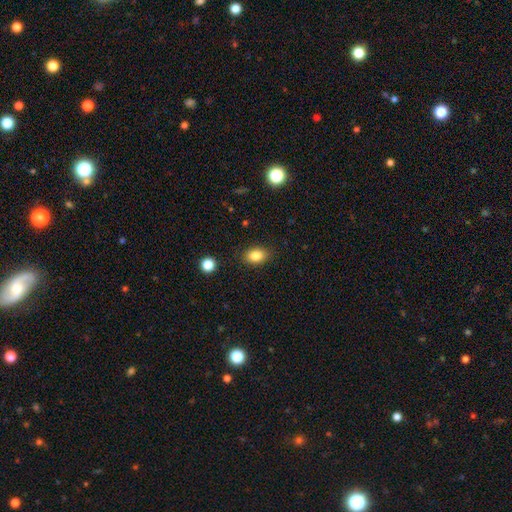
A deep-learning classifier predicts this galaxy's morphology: Smooth or featured? smooth (84%)
How rounded? in between (79%)
Merging? none (87%)